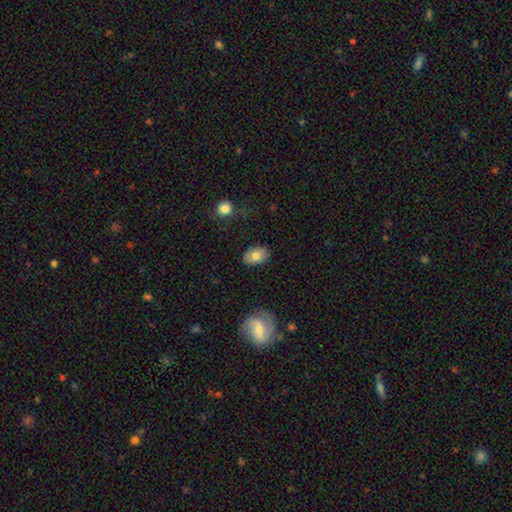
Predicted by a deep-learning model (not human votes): A smooth galaxy with no disk features (76%) that is in between round and cigar-shaped (86%).

Vote fractions:
- Smooth or featured? smooth: 76% / featured or disk: 17% / star or artifact: 8%
- How rounded? in between: 86% / round: 13% / cigar-shaped: 1%
- Merging? none: 83% / minor disturbance: 12% / major disturbance: 3% / merger: 1%